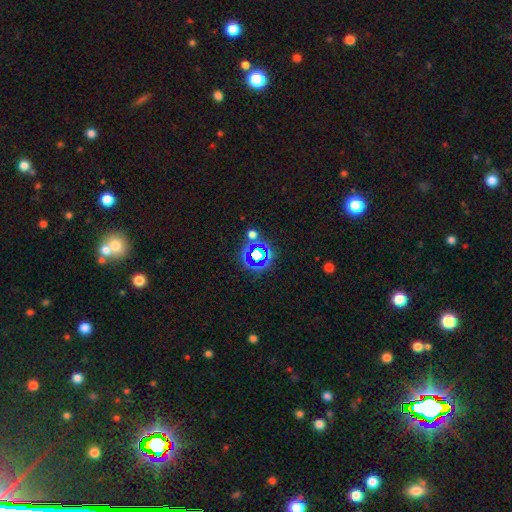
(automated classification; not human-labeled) This is likely a star or artifact rather than a galaxy (65%).